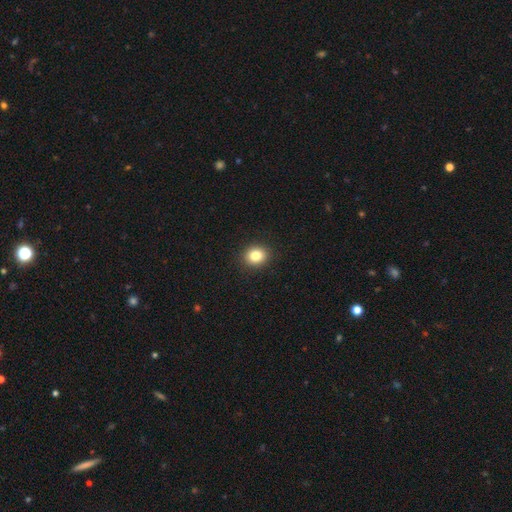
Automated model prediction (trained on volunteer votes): Smooth or featured?
  - smooth: 83% *
  - star or artifact: 11%
  - featured or disk: 6%
How rounded?
  - round: 69% *
  - in between: 30%
  - cigar-shaped: 1%
Merging?
  - none: 92% *
  - minor disturbance: 6%
  - major disturbance: 2%
  - merger: 1%